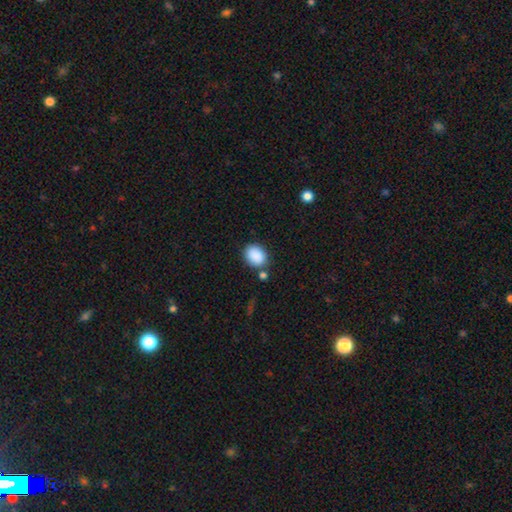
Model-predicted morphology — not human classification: This appears to be a smooth galaxy with no disk features (89%) that is in between round and cigar-shaped (61%). Merging: none (74%).